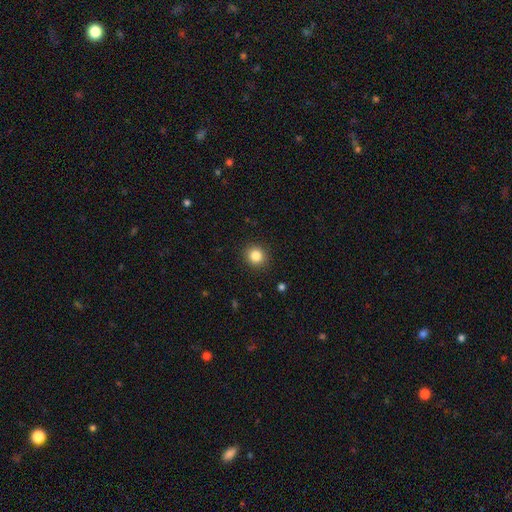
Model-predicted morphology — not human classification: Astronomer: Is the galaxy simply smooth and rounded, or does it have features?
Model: smooth — 84%.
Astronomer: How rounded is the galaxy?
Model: round — 87%.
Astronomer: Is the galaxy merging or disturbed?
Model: none — 91%.